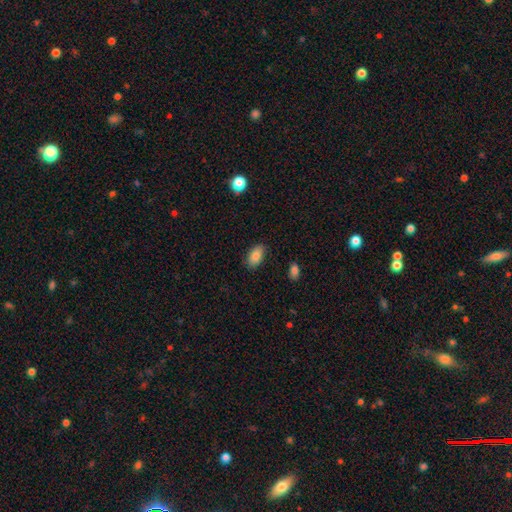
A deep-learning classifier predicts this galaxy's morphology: Smooth or featured? smooth (85%)
How rounded? in between (92%)
Merging? none (83%)